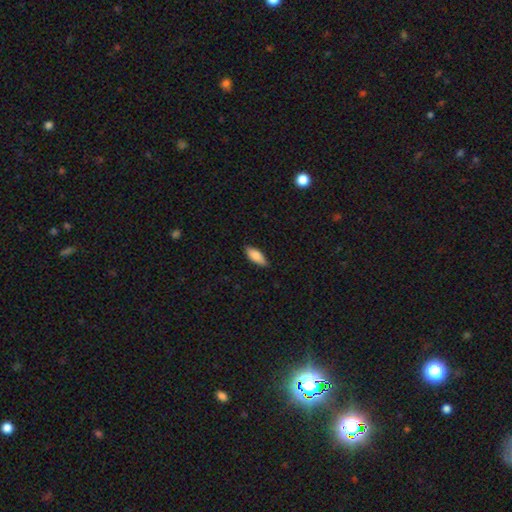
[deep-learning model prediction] Q: Smooth or featured?
A: smooth (84%); runner-up: featured or disk (10%)
Q: How rounded?
A: in between (81%); runner-up: cigar-shaped (17%)
Q: Merging?
A: none (81%); runner-up: minor disturbance (16%)